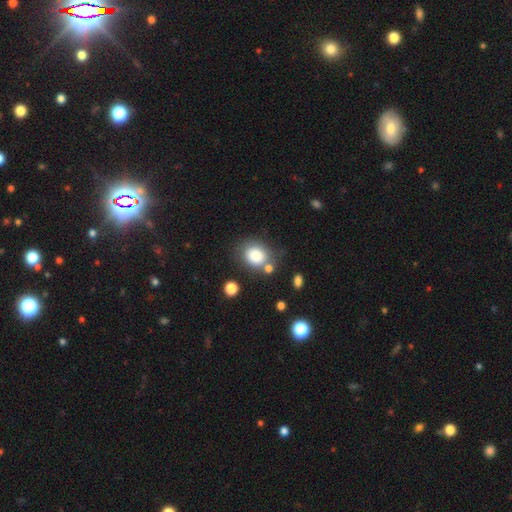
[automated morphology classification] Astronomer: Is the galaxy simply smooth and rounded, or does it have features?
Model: smooth — 82%.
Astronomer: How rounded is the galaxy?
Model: round — 62% (runner-up: in between, 37%).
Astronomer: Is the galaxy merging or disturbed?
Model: none — 68%.